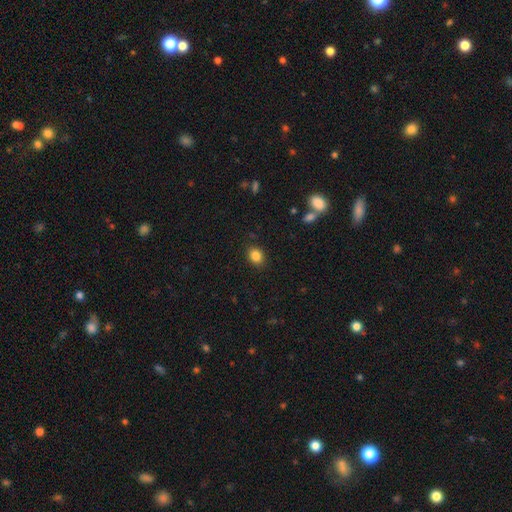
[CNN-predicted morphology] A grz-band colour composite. It shows a smooth galaxy with no disk features (85%) that is in between round and cigar-shaped (54%). Merging: none (88%).